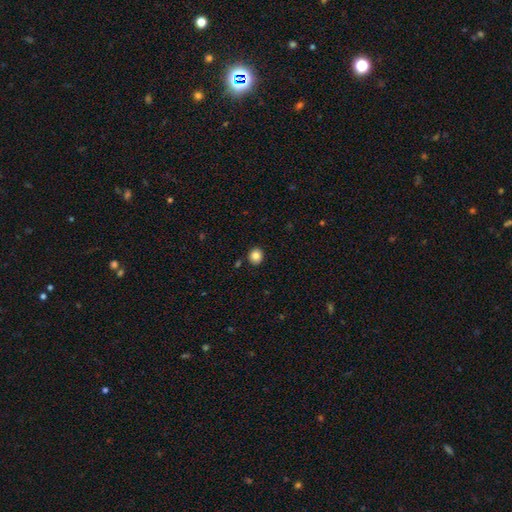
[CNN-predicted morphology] Smooth or featured? Predicted: smooth (p=0.84). How rounded? Predicted: round (p=0.77). Merging? Predicted: none (p=0.88).